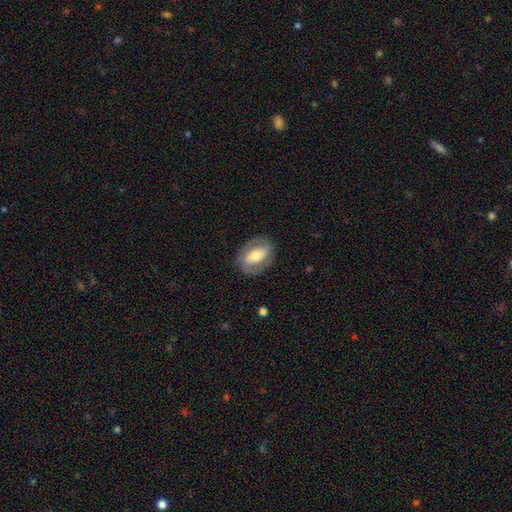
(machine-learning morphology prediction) featured or disk 58%, smooth 36%, star or artifact 6%. Down the decision tree: edge-on disk — no (94%); bar — no (37%); spiral arms — yes (62%); bulge size — moderate (59%); merging — none (82%).